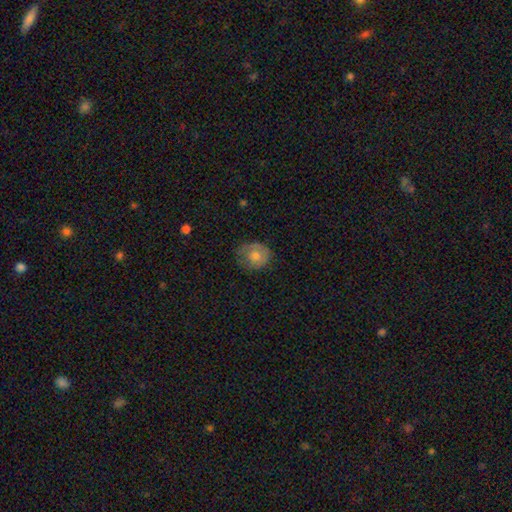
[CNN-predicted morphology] Overall: smooth (60%; featured or disk 32%). How rounded: round (74%). Merging: none (67%).